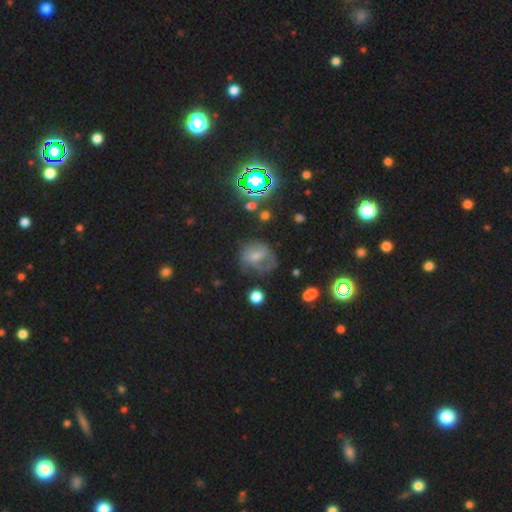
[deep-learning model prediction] This appears to be a smooth galaxy with no disk features (43%). Merging: none (41%).